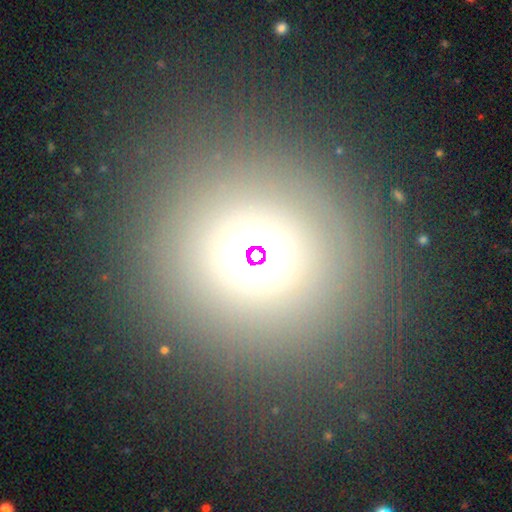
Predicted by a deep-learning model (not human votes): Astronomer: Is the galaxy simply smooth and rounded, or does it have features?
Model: smooth — 52% (runner-up: star or artifact, 35%).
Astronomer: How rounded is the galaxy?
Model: round — 72%.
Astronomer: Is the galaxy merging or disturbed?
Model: none — 85%.